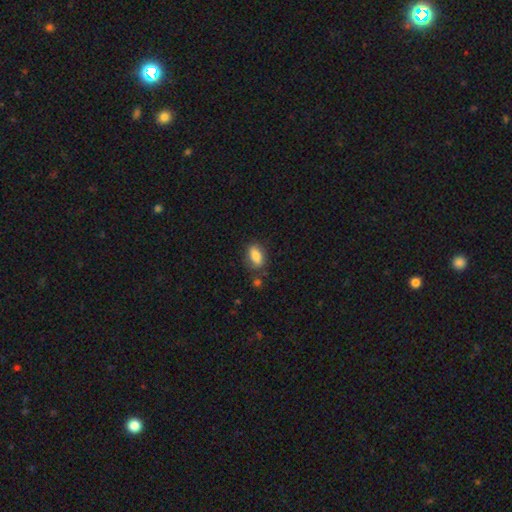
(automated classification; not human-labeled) Q: Smooth or featured?
A: smooth (80%); runner-up: featured or disk (12%)
Q: How rounded?
A: in between (85%); runner-up: cigar-shaped (7%)
Q: Merging?
A: none (75%); runner-up: minor disturbance (16%)